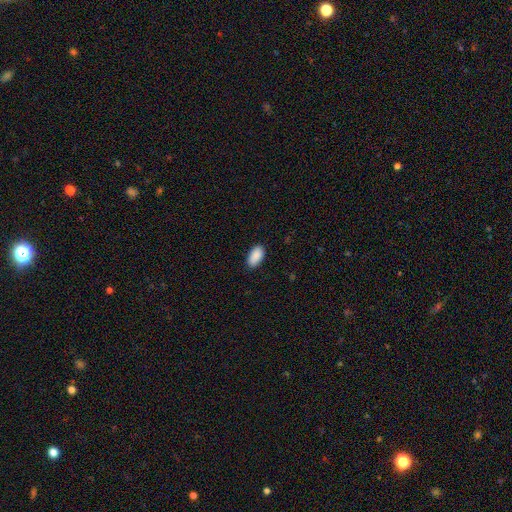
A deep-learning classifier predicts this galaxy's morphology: Smooth or featured? smooth (90%)
How rounded? in between (95%)
Merging? none (86%)